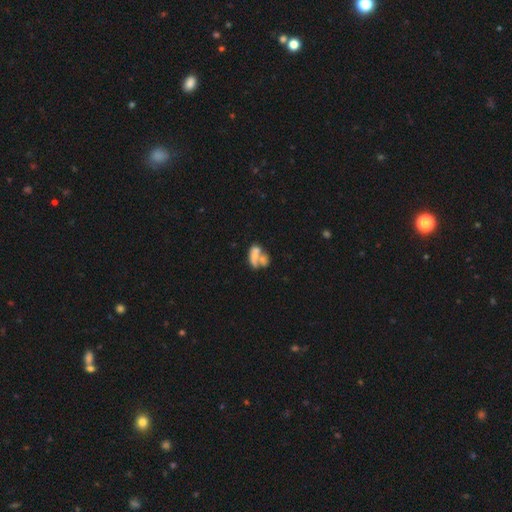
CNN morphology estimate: The model was most divided on "smooth or featured": smooth: 49%, featured or disk: 40%, star or artifact: 11%. More confident: merging — merger (60%).